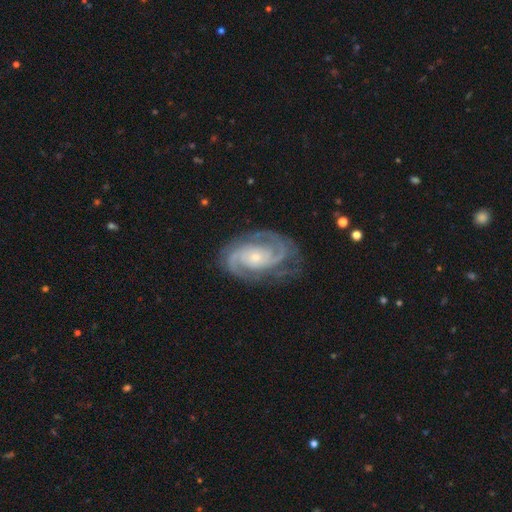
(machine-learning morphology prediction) Overall: featured or disk (89%). Edge-on disk: no (97%). Bar: no (63%; weak 27%). Spiral arms: yes (98%). Spiral arm count: 2 (68%). Spiral winding: tight (56%; medium 37%). Bulge size: small (66%; moderate 28%). Merging: none (76%).